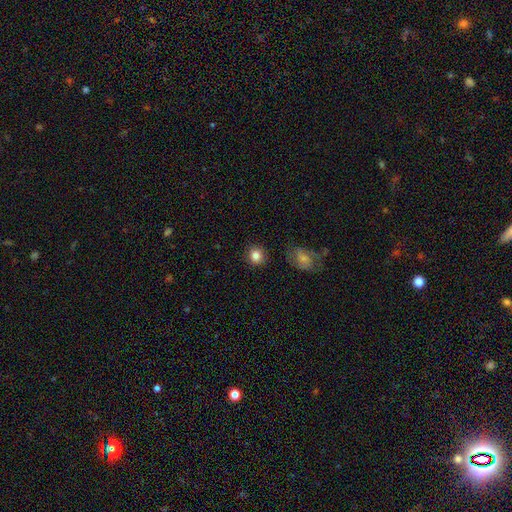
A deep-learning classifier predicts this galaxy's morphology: Smooth or featured? smooth (84%)
How rounded? round (88%)
Merging? none (87%)